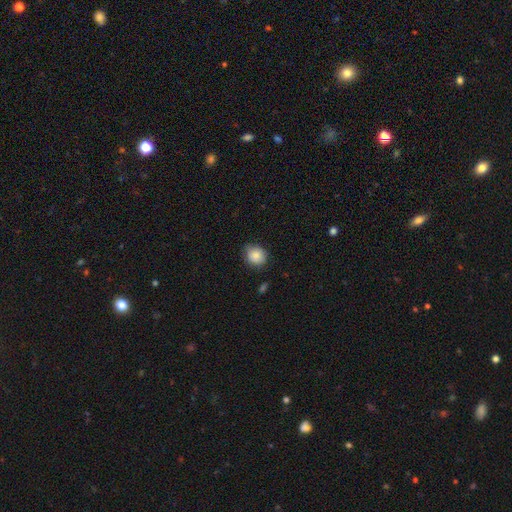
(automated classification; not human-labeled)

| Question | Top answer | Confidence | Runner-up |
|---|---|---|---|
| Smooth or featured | smooth | 86% | star or artifact (8%) |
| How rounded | round | 71% | in between (28%) |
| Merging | none | 72% | minor disturbance (23%) |